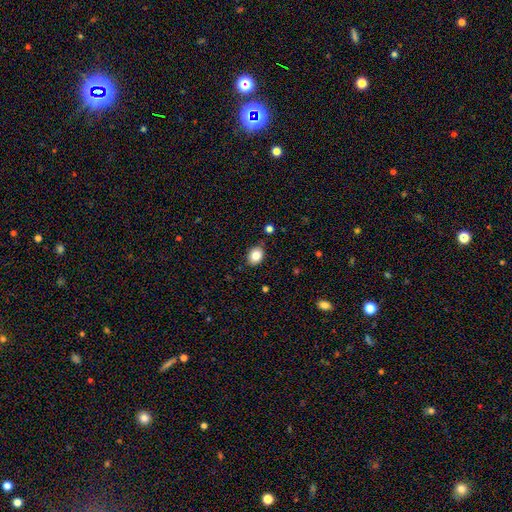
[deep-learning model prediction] A smooth galaxy with no disk features (84%) that is in between round and cigar-shaped (66%).

Vote fractions:
- Smooth or featured? smooth: 84% / star or artifact: 9% / featured or disk: 7%
- How rounded? in between: 66% / round: 33% / cigar-shaped: 1%
- Merging? none: 82% / minor disturbance: 13% / major disturbance: 2% / merger: 2%